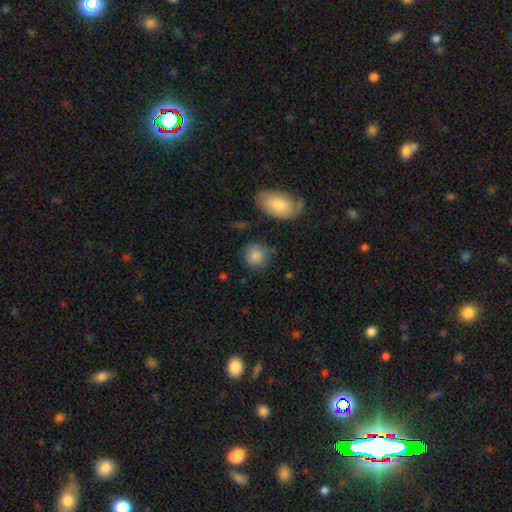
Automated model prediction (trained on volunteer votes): Smooth or featured?
  - smooth: 85% *
  - featured or disk: 7%
  - star or artifact: 7%
How rounded?
  - round: 84% *
  - in between: 15%
  - cigar-shaped: 1%
Merging?
  - none: 72% *
  - minor disturbance: 18%
  - major disturbance: 6%
  - merger: 5%